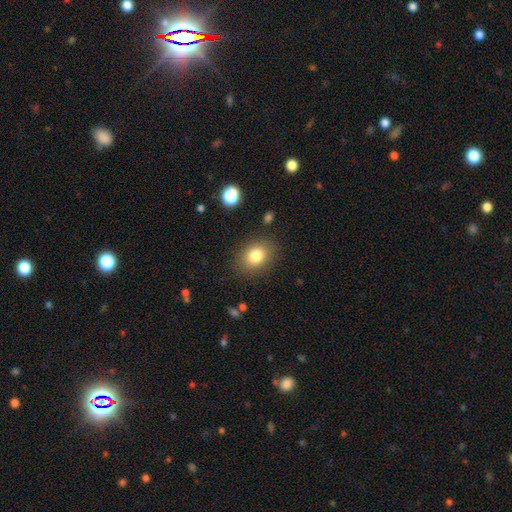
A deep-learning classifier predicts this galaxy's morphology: A smooth galaxy with no disk features (82%) that is in between round and cigar-shaped (54%). Merging: none (83%).